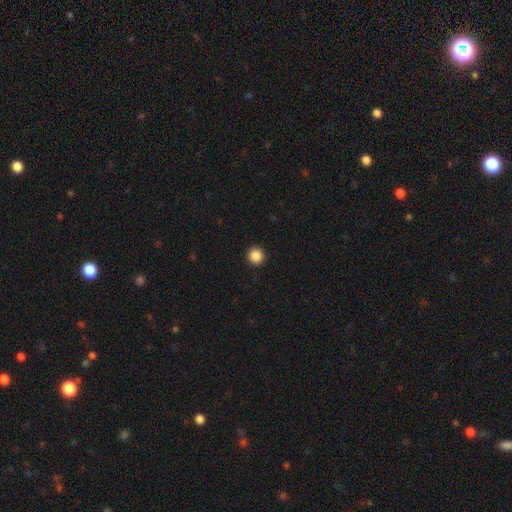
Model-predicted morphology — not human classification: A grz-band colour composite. It shows a smooth galaxy with no disk features (88%) that is round (95%). Merging: none (94%).